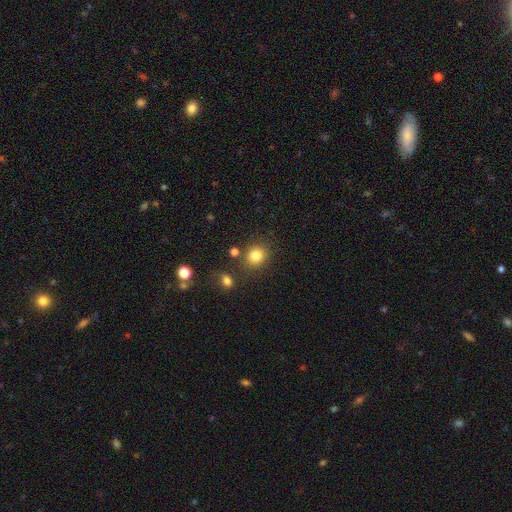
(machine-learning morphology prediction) Smooth or featured? smooth (82%)
How rounded? round (80%)
Merging? none (80%)